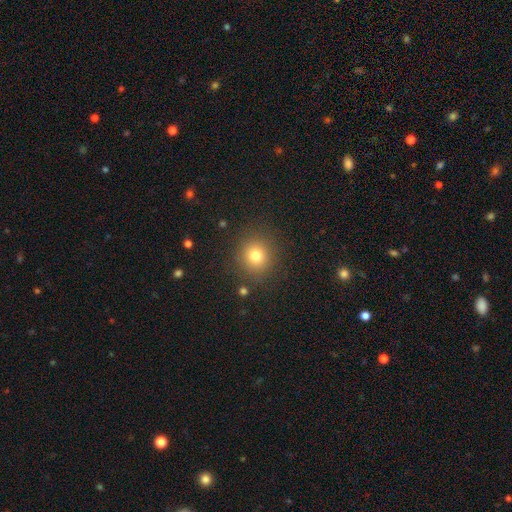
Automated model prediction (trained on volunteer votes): Q: Smooth or featured?
A: smooth (78%); runner-up: star or artifact (14%)
Q: How rounded?
A: round (89%); runner-up: in between (10%)
Q: Merging?
A: none (87%); runner-up: minor disturbance (8%)